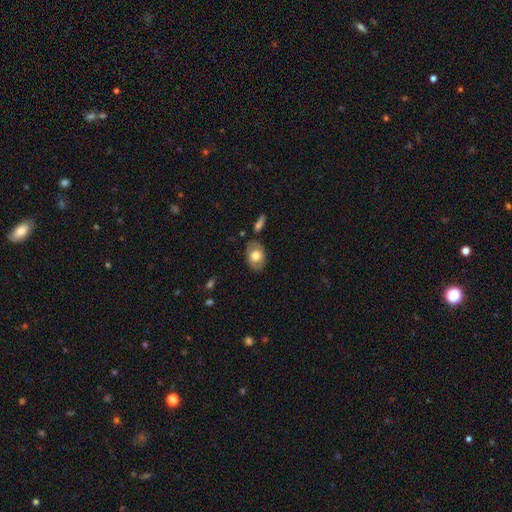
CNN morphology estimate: type=smooth (69%); roundness=in between (80%); merging=none (81%).